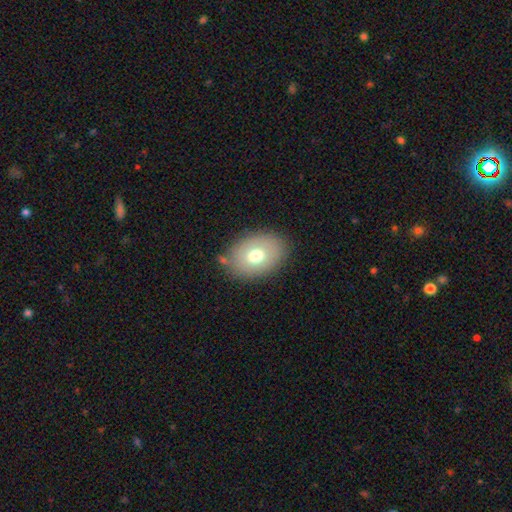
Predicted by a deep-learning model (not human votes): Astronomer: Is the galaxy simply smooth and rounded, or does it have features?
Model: smooth — 71%.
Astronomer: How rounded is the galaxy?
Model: in between — 75%.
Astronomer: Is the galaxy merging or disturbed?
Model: none — 80%.